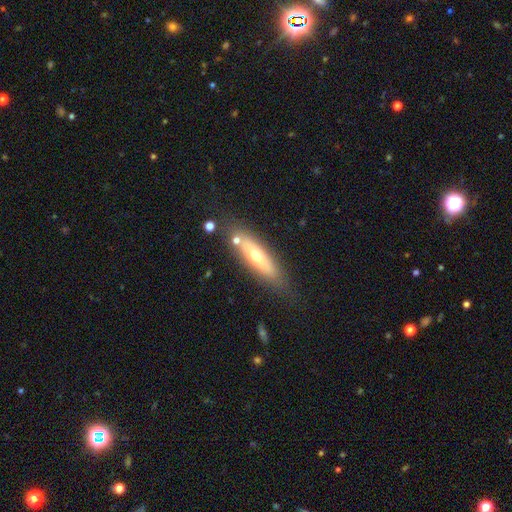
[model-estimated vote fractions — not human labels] This appears to be a featured or disk galaxy (46%). Merging: none (74%).